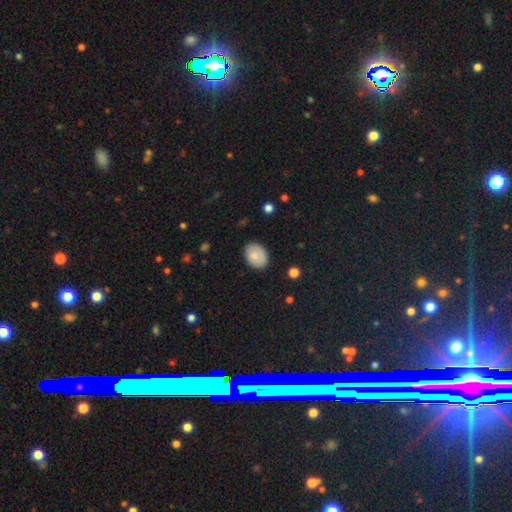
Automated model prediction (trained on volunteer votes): A smooth galaxy with no disk features (82%) that is in between round and cigar-shaped (76%).

Vote fractions:
- Smooth or featured? smooth: 82% / featured or disk: 11% / star or artifact: 7%
- How rounded? in between: 76% / round: 23% / cigar-shaped: 1%
- Merging? none: 83% / minor disturbance: 13% / major disturbance: 3% / merger: 1%